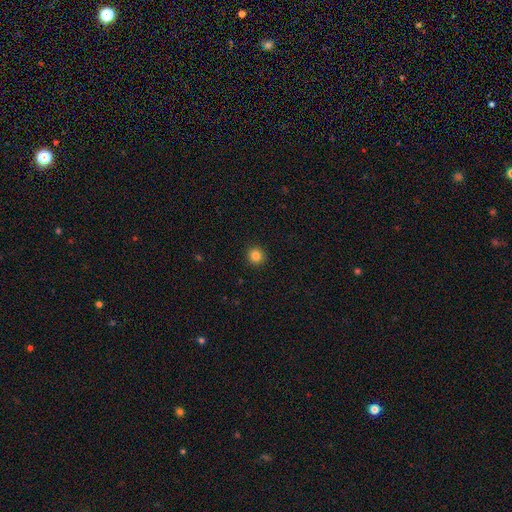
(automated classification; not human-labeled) Smooth or featured? Predicted: smooth (p=0.83). How rounded? Predicted: round (p=0.93). Merging? Predicted: none (p=0.92).